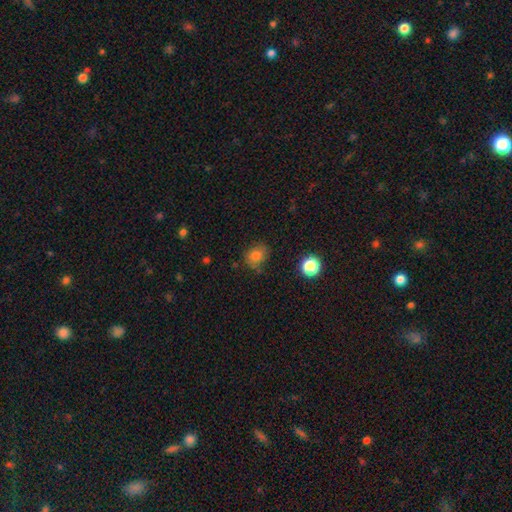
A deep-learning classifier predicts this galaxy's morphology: smooth 77%, star or artifact 14%, featured or disk 9%. Down the decision tree: how rounded — round (59%); merging — none (67%).